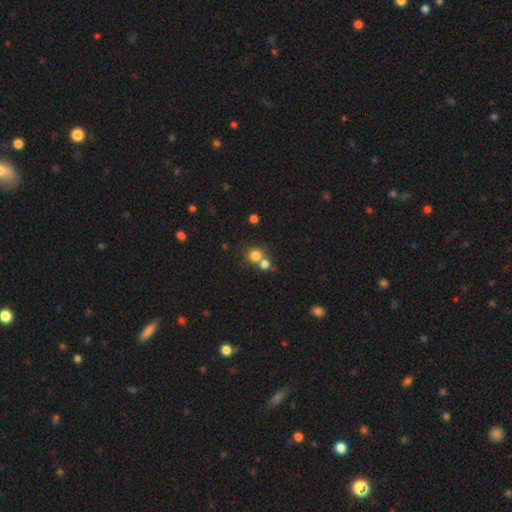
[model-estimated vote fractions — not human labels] Smooth or featured?
  - smooth: 78% *
  - star or artifact: 13%
  - featured or disk: 9%
How rounded?
  - round: 85% *
  - in between: 14%
  - cigar-shaped: 1%
Merging?
  - none: 48% *
  - merger: 43%
  - minor disturbance: 6%
  - major disturbance: 3%